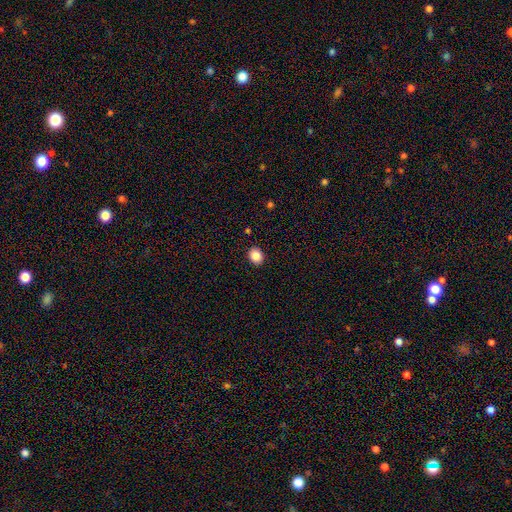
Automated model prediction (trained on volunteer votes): This is clearly a smooth galaxy (86%). How rounded: possibly round (59%). Merging: clearly none (91%).